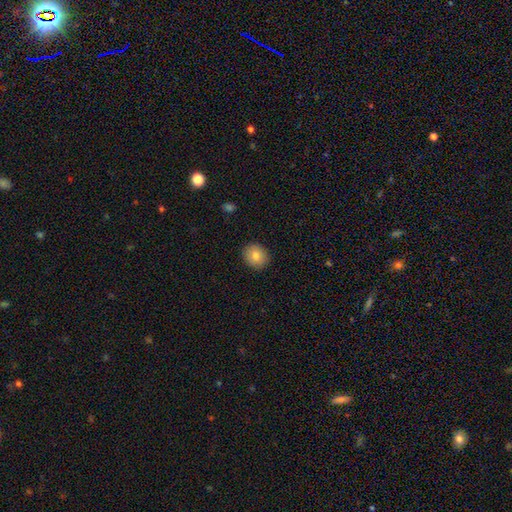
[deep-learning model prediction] smooth_or_featured: smooth (p=0.82) [alt: featured or disk p=0.09]
how_rounded: round (p=0.73) [alt: in between p=0.27]
merging: none (p=0.90) [alt: minor disturbance p=0.07]